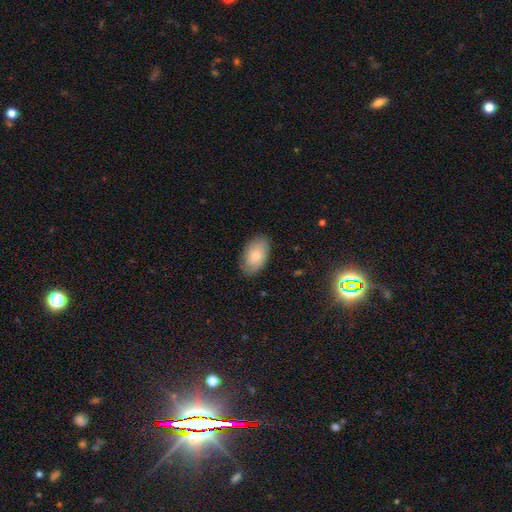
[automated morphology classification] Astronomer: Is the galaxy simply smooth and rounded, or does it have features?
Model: smooth — 68%.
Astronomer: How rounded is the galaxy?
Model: in between — 93%.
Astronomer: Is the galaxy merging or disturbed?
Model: none — 81%.